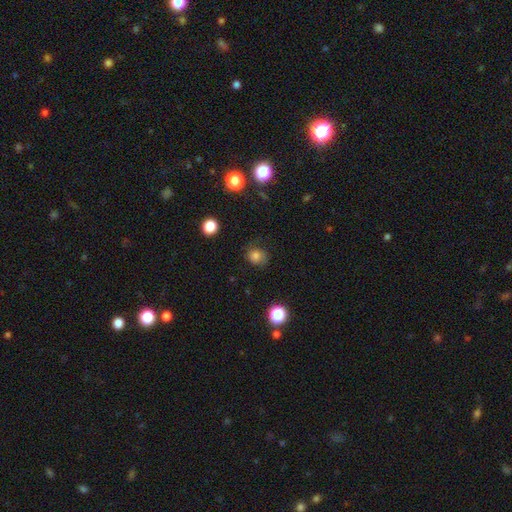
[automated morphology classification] A smooth galaxy with no disk features (71%) that is round (76%). Merging: none (70%).